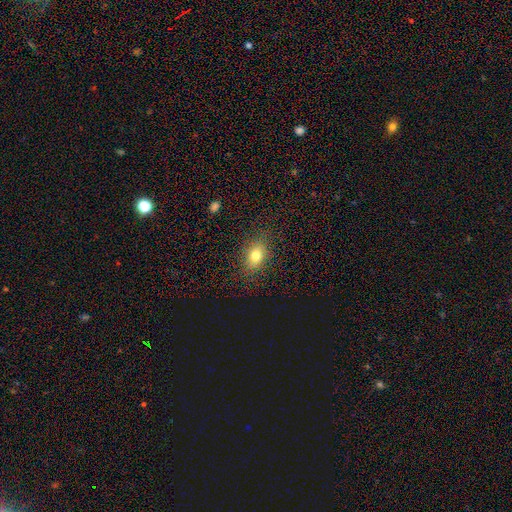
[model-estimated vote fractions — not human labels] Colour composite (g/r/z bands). It shows a smooth galaxy with no disk features (78%) that is in between round and cigar-shaped (74%). Merging: none (85%).